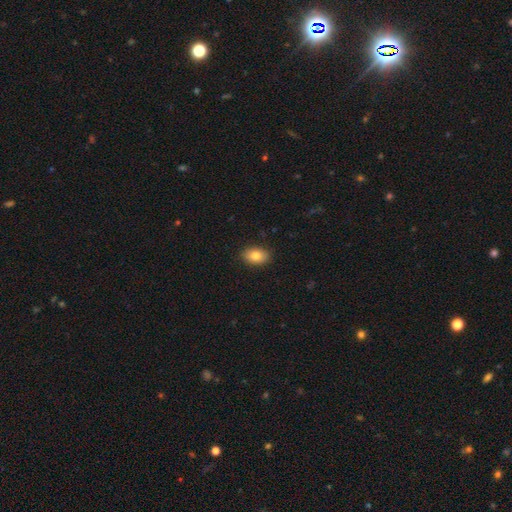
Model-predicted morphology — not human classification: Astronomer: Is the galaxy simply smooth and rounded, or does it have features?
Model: smooth — 83%.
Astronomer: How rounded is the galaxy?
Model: in between — 84%.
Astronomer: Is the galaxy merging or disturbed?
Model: none — 89%.